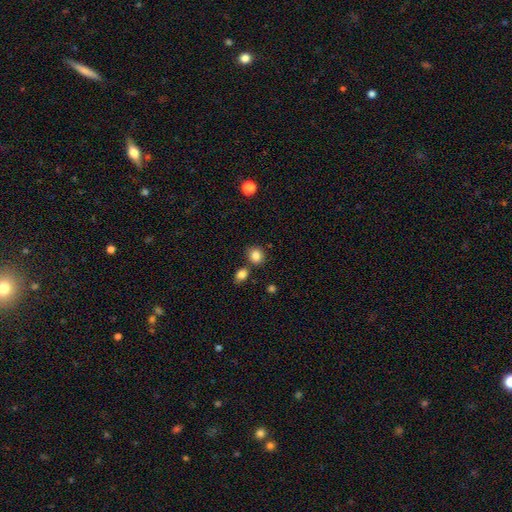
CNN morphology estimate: Smooth or featured? smooth (85%)
How rounded? round (70%)
Merging? none (73%)